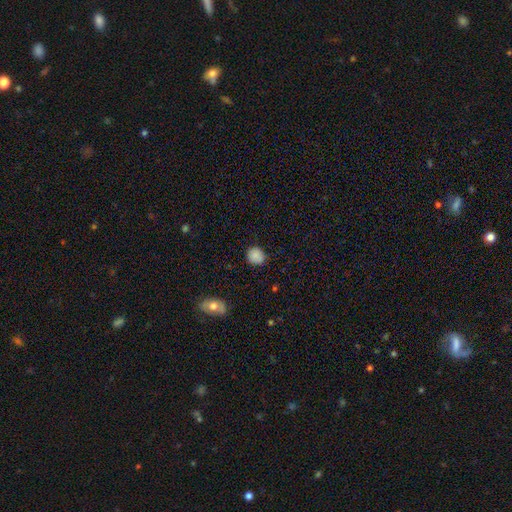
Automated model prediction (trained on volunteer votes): Morphology: type=smooth (86%); roundness=round (78%); merging=none (84%).